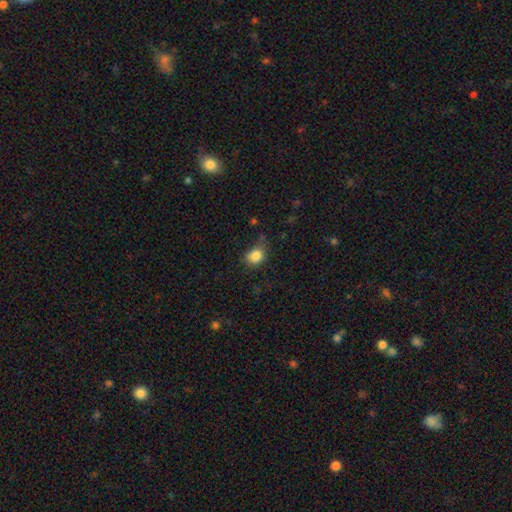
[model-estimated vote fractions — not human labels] Overall: smooth (84%). How rounded: round (61%; in between 38%). Merging: none (69%).